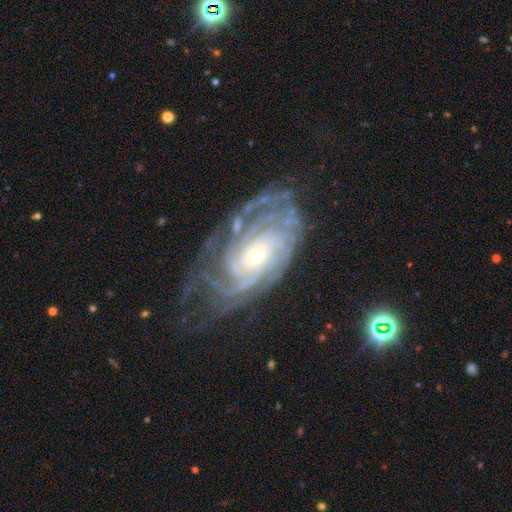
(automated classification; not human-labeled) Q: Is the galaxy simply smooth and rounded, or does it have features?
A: featured or disk — 90%.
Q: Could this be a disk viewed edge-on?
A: no — 95%.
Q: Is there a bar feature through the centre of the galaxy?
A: no — 66%.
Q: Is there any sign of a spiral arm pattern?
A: yes — 98%.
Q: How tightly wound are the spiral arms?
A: tight — 77%.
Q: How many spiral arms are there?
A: can't tell — 29%.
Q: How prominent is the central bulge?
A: small — 60%.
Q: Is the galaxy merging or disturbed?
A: none — 66%.